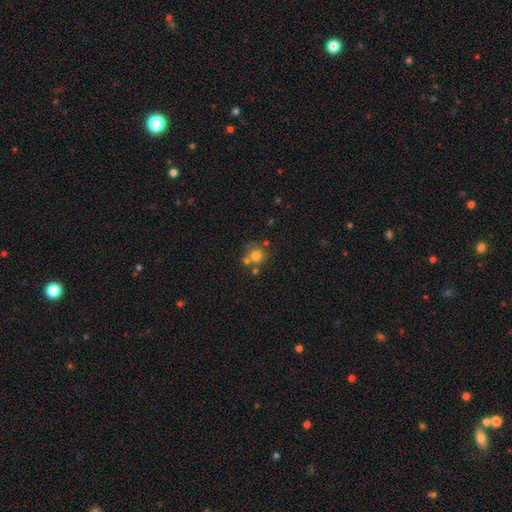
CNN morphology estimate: This appears to be a smooth galaxy with no disk features (71%) that is round (89%). Merging: none (56%).